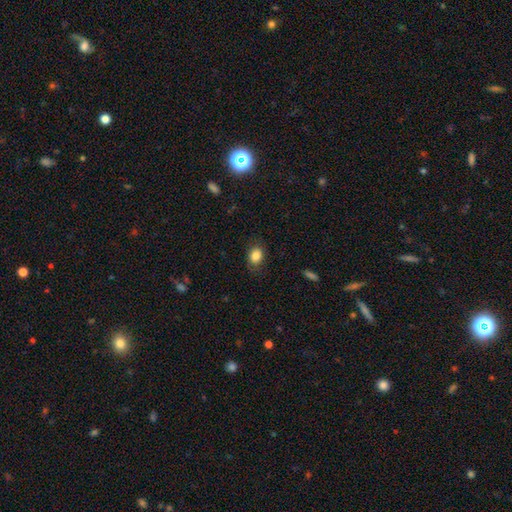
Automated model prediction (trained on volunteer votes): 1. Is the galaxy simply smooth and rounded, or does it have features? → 85% smooth, 9% star or artifact, 6% featured or disk.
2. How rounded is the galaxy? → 60% in between, 39% round, 1% cigar-shaped.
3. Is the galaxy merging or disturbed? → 77% none, 17% minor disturbance, 5% major disturbance, 1% merger.